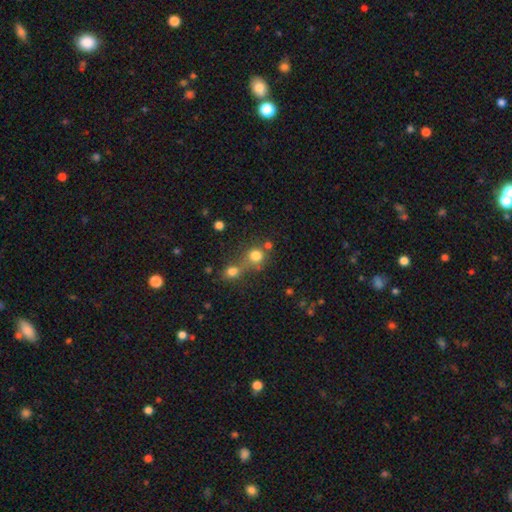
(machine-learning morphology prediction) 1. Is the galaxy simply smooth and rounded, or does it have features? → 77% smooth, 14% star or artifact, 8% featured or disk.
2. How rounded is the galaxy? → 84% round, 15% in between, 1% cigar-shaped.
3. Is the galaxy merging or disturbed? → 46% none, 40% merger, 8% minor disturbance, 5% major disturbance.